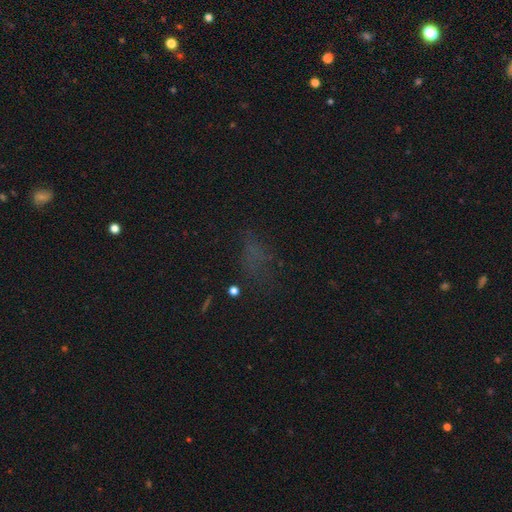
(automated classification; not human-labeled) Smooth or featured?
  - star or artifact: 43% * (tied)
  - smooth: 43% * (tied)
  - featured or disk: 15%